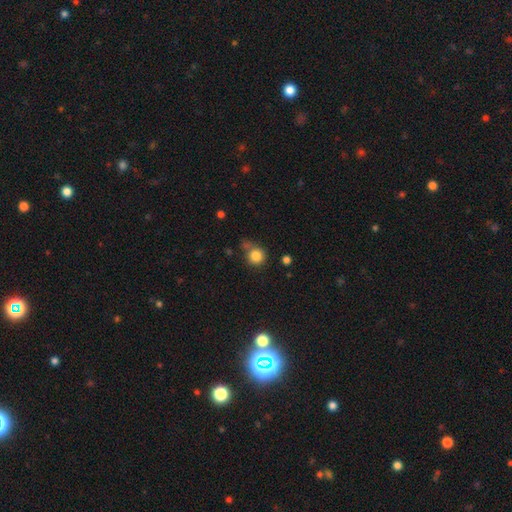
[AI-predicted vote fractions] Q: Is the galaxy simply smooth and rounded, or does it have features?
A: smooth — 84%.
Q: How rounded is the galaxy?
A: round — 90%.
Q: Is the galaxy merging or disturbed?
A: none — 59%.